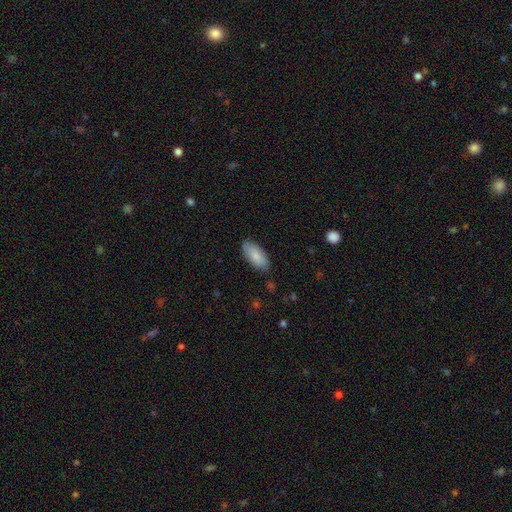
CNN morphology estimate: smooth-or-featured: smooth: 86% | featured or disk: 9% | star or artifact: 6%
  how-rounded: in between: 90% | cigar-shaped: 8% | round: 2%
  merging: none: 82% | minor disturbance: 14% | major disturbance: 2% | merger: 1%